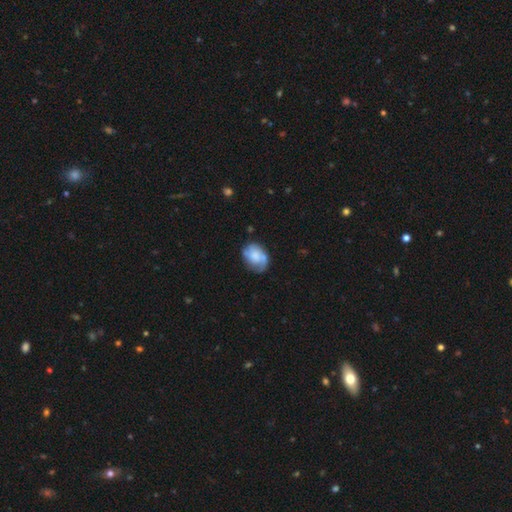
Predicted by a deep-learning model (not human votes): Overall: smooth (52%; featured or disk 40%). How rounded: in between (65%; round 34%). Merging: none (52%; minor disturbance 28%).